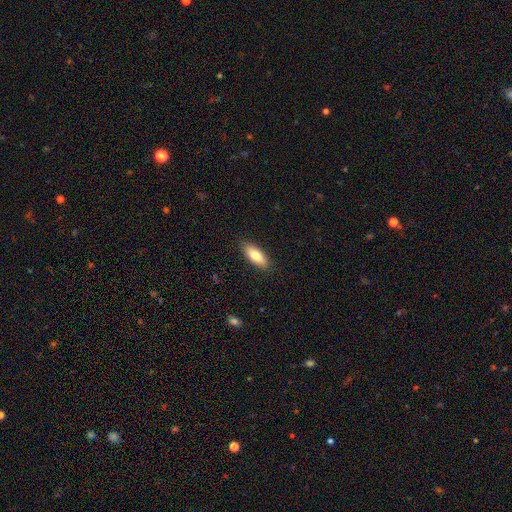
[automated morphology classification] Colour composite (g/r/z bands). It shows a smooth galaxy with no disk features (79%) that is in between round and cigar-shaped (73%). Merging: none (87%).